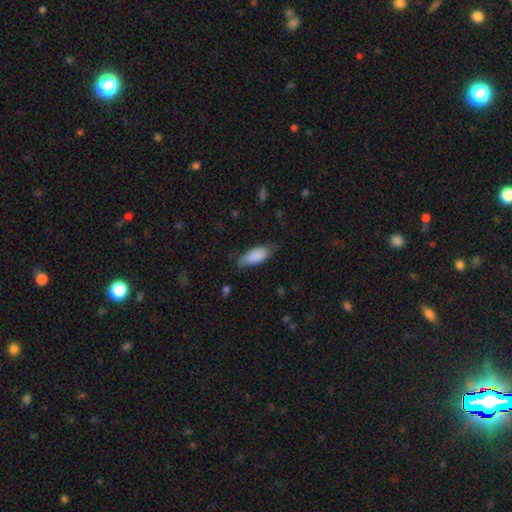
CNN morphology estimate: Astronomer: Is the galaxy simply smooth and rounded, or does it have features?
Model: smooth — 85%.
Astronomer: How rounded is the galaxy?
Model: in between — 81%.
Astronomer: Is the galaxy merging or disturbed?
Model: none — 65%.